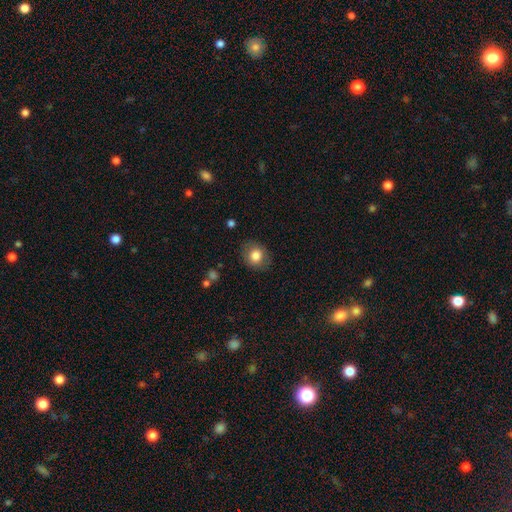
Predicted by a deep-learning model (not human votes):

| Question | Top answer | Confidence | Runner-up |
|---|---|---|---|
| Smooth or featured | smooth | 81% | featured or disk (10%) |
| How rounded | round | 74% | in between (25%) |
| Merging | none | 85% | minor disturbance (11%) |